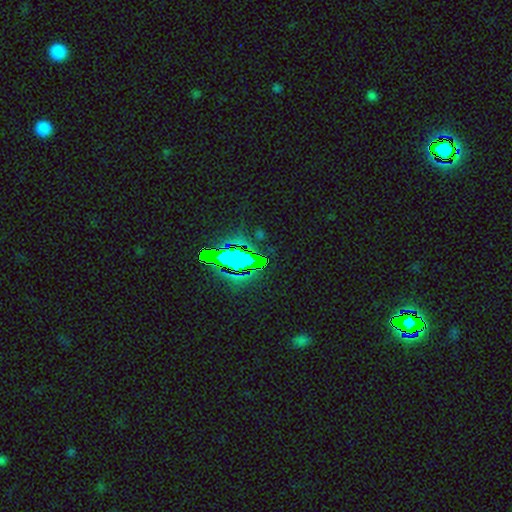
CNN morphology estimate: A star or artifact, not a galaxy (79%).

Vote fractions:
- Smooth or featured? star or artifact: 79% / smooth: 12% / featured or disk: 10%